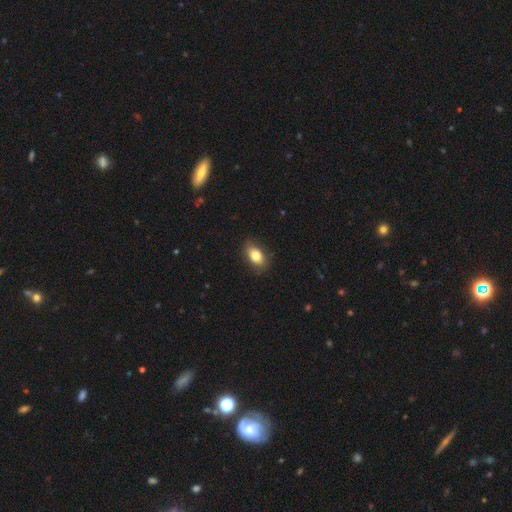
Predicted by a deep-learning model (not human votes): Overall: smooth (81%). How rounded: in between (86%). Merging: none (84%).